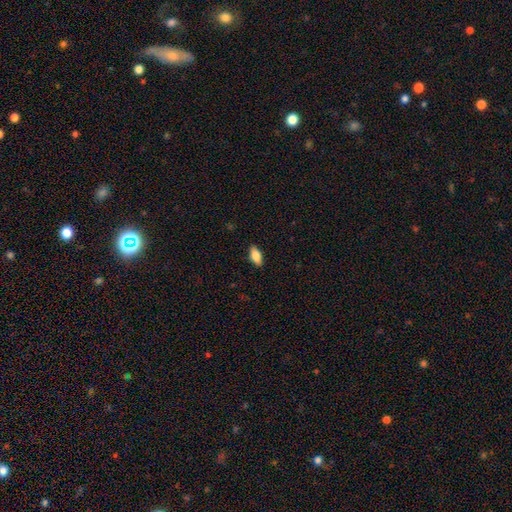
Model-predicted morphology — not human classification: smooth 81%, featured or disk 13%, star or artifact 7%. Down the decision tree: how rounded — in between (86%); merging — none (88%).